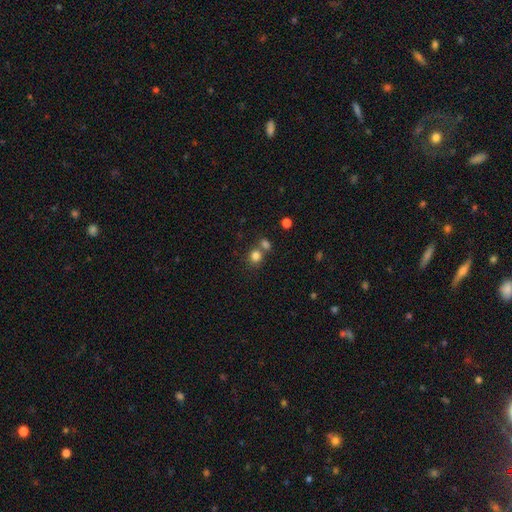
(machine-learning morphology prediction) Smooth or featured? Predicted: smooth (p=0.81). How rounded? Predicted: round (p=0.79). Merging? Predicted: none (p=0.56).